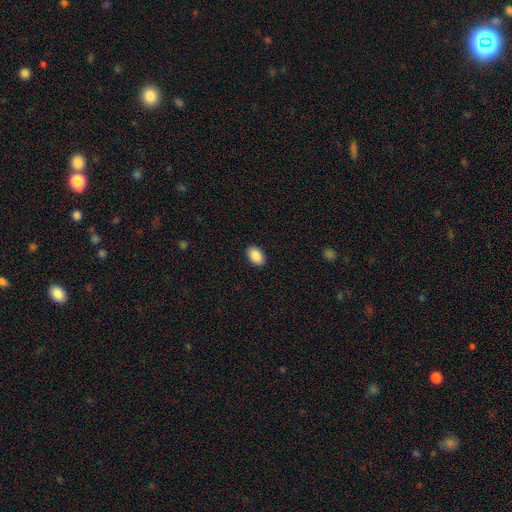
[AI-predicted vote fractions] A smooth galaxy with no disk features (89%) that is in between round and cigar-shaped (88%).

Vote fractions:
- Smooth or featured? smooth: 89% / star or artifact: 7% / featured or disk: 4%
- How rounded? in between: 88% / round: 11% / cigar-shaped: 1%
- Merging? none: 90% / minor disturbance: 7% / major disturbance: 2% / merger: 1%